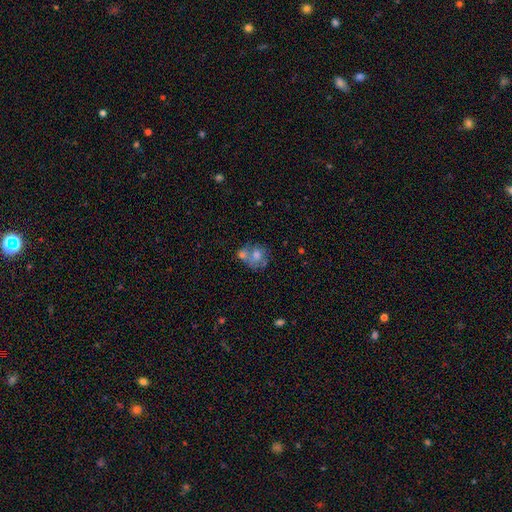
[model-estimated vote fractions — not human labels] A smooth galaxy with no disk features (54%) that is round (65%). Merging: merger (48%).